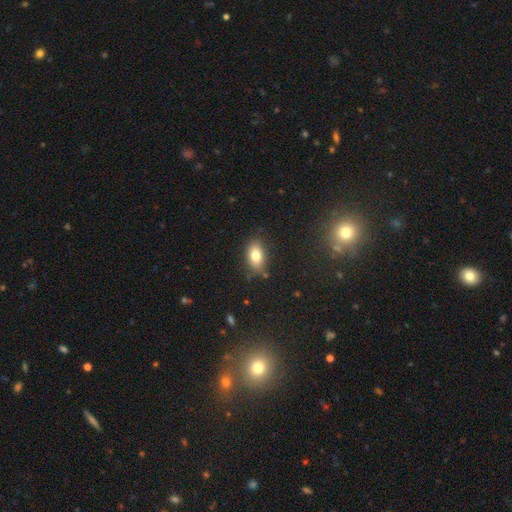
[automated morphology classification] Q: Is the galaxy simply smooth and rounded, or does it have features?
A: smooth — 80%.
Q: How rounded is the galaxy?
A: in between — 88%.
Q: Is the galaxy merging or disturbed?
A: none — 80%.